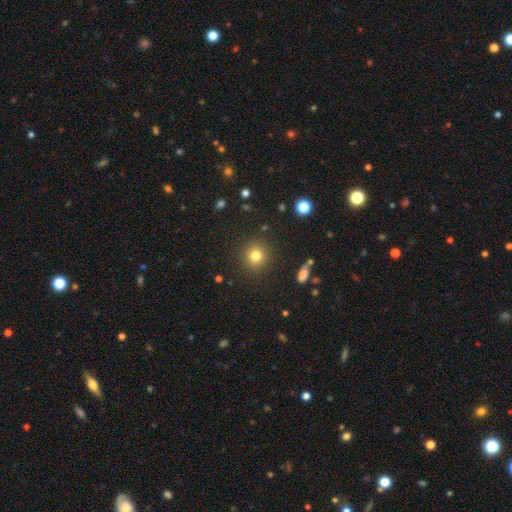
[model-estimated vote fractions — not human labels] This appears to be a smooth galaxy with no disk features (79%) that is round (90%). Merging: none (89%).